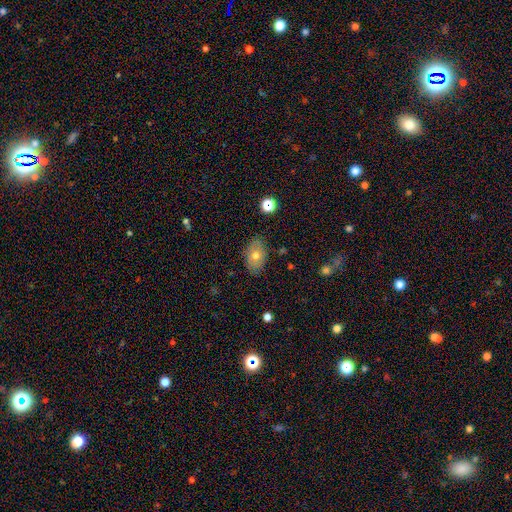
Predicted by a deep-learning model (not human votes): smooth_or_featured: smooth (p=0.64) [alt: featured or disk p=0.27]
how_rounded: in between (p=0.87) [alt: round p=0.11]
merging: none (p=0.82) [alt: minor disturbance p=0.14]